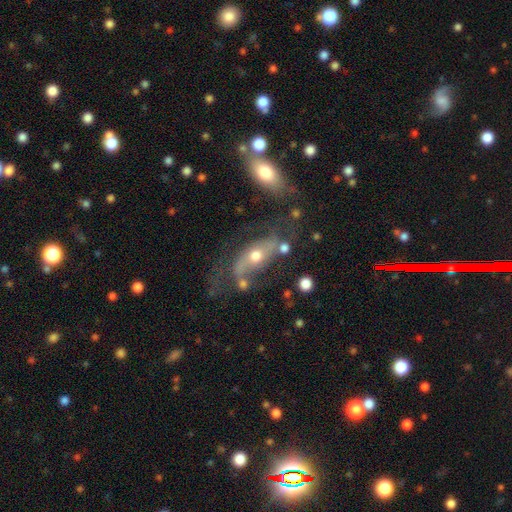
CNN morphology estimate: Smooth or featured: featured or disk — 64% (smooth — 26%)
Edge-on disk: no — 83% (yes — 17%)
Bar: no — 69% (weak — 21%)
Spiral arms: yes — 65% (no — 35%)
Bulge size: moderate — 68% (small — 20%)
Merging: none — 44% (major disturbance — 24%)